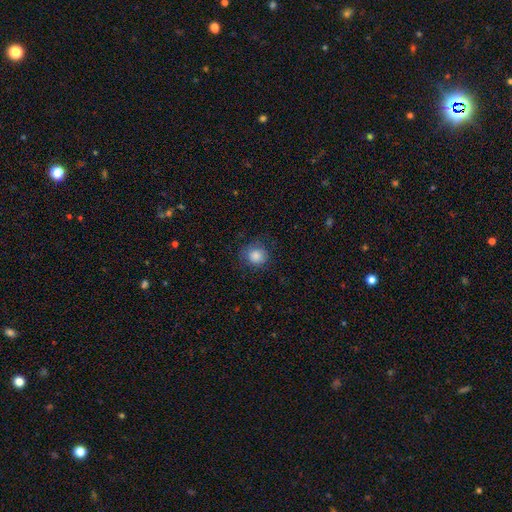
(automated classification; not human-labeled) The model was most divided on "merging": none: 76%, minor disturbance: 17%, major disturbance: 6%, merger: 1%. More confident: how rounded — round (86%); smooth or featured — smooth (84%).